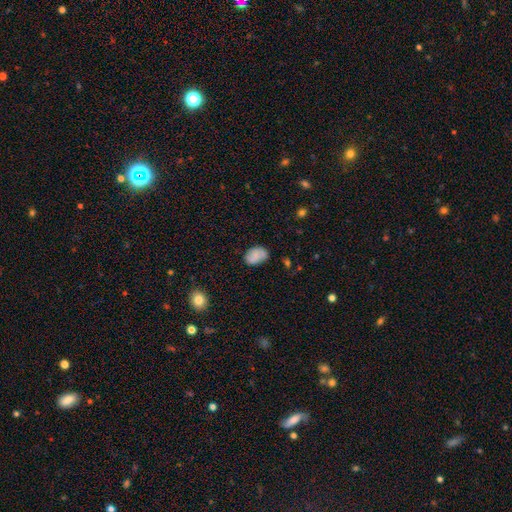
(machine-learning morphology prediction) A smooth galaxy with no disk features (75%) that is in between round and cigar-shaped (83%). Merging: none (64%).